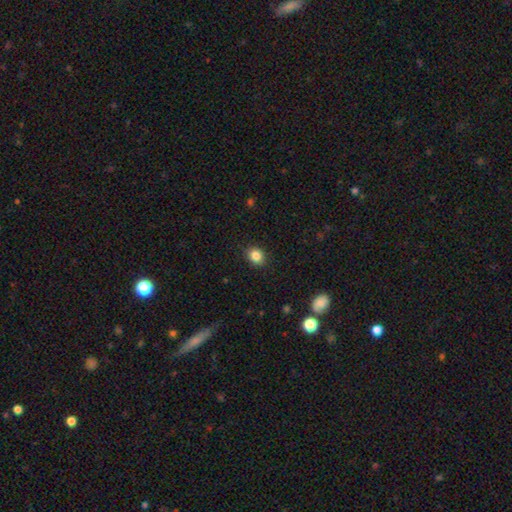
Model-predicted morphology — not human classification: A smooth galaxy with no disk features (85%) that is round (62%). Merging: none (89%).